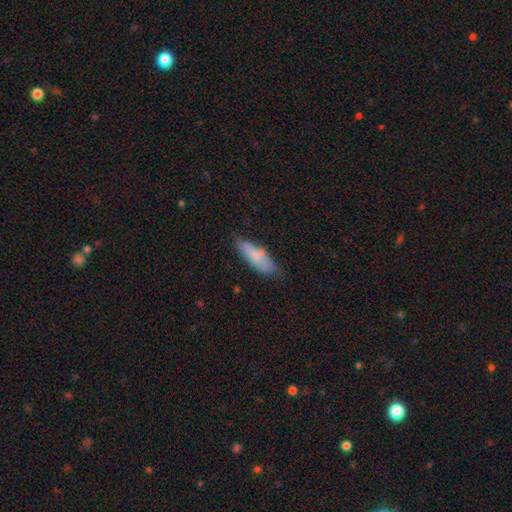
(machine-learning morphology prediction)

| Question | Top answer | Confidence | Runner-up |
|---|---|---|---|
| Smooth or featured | smooth | 72% | featured or disk (21%) |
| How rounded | in between | 57% | cigar-shaped (41%) |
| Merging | none | 66% | minor disturbance (25%) |